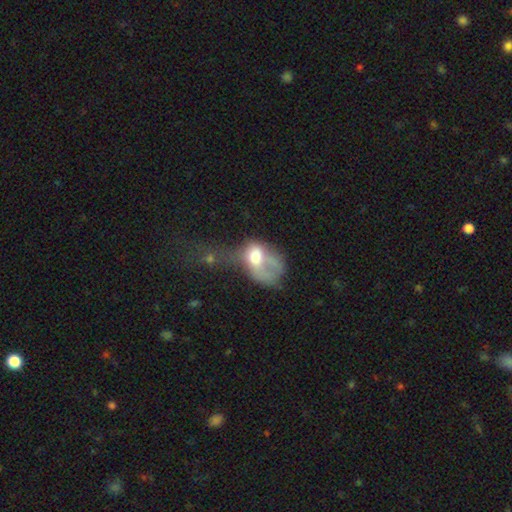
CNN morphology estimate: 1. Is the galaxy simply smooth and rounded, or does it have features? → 57% smooth, 33% featured or disk, 10% star or artifact.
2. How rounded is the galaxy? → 67% in between, 32% round, 2% cigar-shaped.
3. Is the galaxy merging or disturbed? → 59% major disturbance, 18% merger, 13% minor disturbance, 10% none.